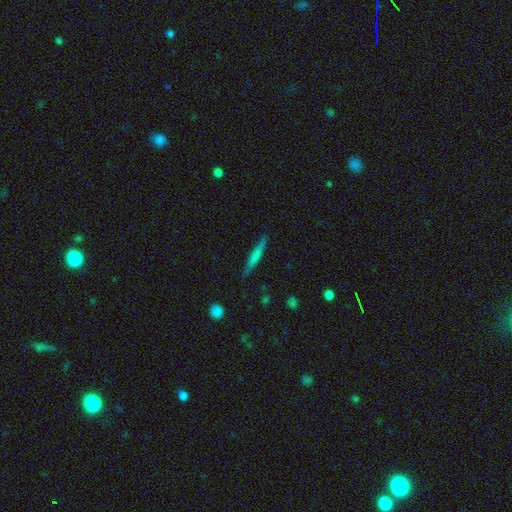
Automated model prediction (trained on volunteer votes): This appears to be a smooth galaxy with no disk features (53%) that is cigar-shaped (94%). Merging: none (87%).